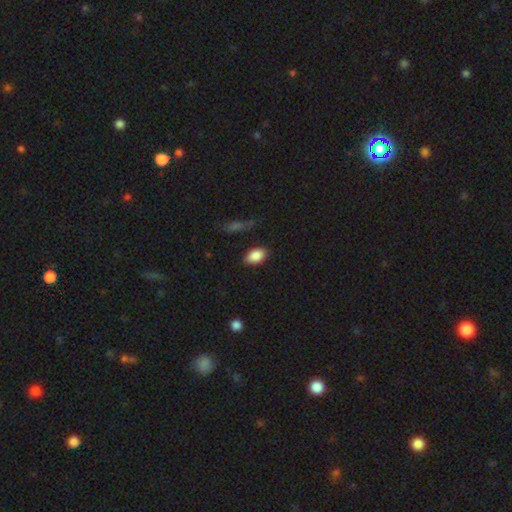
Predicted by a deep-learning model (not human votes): A smooth galaxy with no disk features (88%) that is in between round and cigar-shaped (89%). Merging: none (84%).